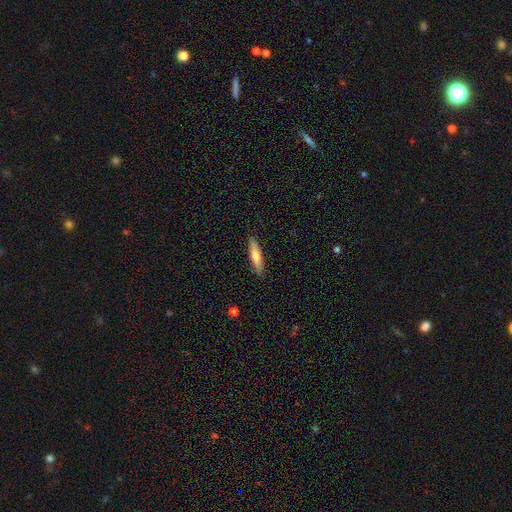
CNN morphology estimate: A smooth galaxy with no disk features (64%) that is cigar-shaped (79%). Merging: none (89%).